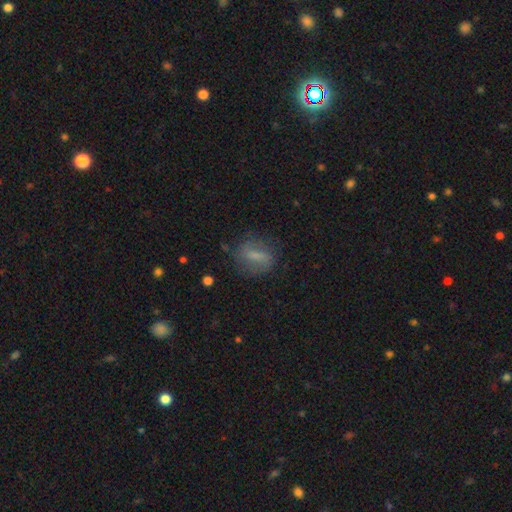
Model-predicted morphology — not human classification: A smooth galaxy with no disk features (54%) that is in between round and cigar-shaped (56%).

Vote fractions:
- Smooth or featured? smooth: 54% / featured or disk: 35% / star or artifact: 10%
- How rounded? in between: 56% / round: 33% / cigar-shaped: 11%
- Merging? none: 72% / minor disturbance: 18% / major disturbance: 8% / merger: 2%